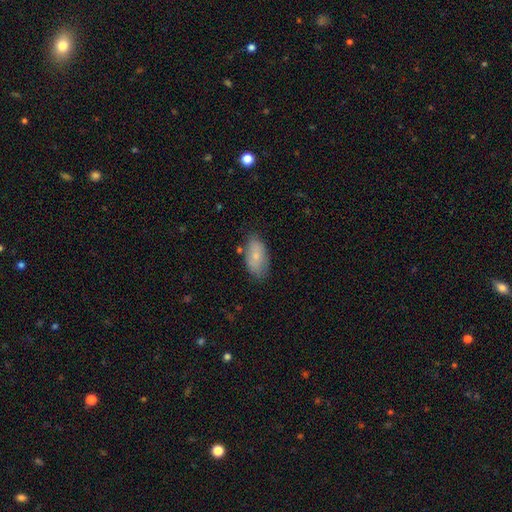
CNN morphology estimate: Q: Smooth or featured?
A: smooth (74%); runner-up: featured or disk (19%)
Q: How rounded?
A: in between (93%); runner-up: cigar-shaped (4%)
Q: Merging?
A: none (73%); runner-up: minor disturbance (20%)